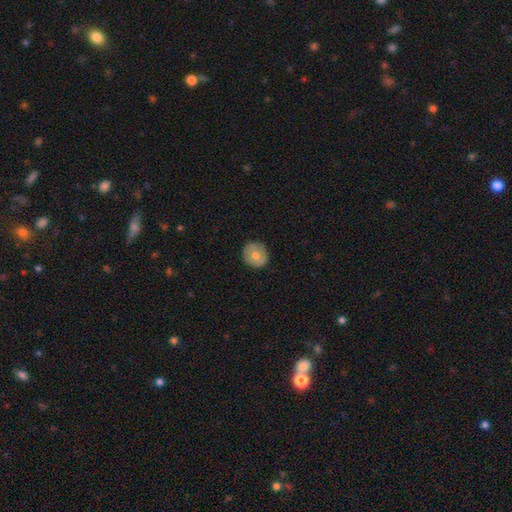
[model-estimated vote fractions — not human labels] smooth_or_featured: smooth (p=0.68) [alt: featured or disk p=0.25]
how_rounded: round (p=0.87) [alt: in between p=0.12]
merging: none (p=0.88) [alt: minor disturbance p=0.09]